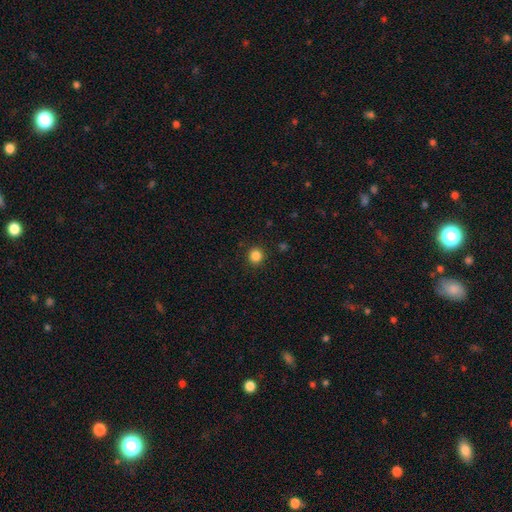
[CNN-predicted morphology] type=smooth (85%); roundness=round (93%); merging=none (91%).